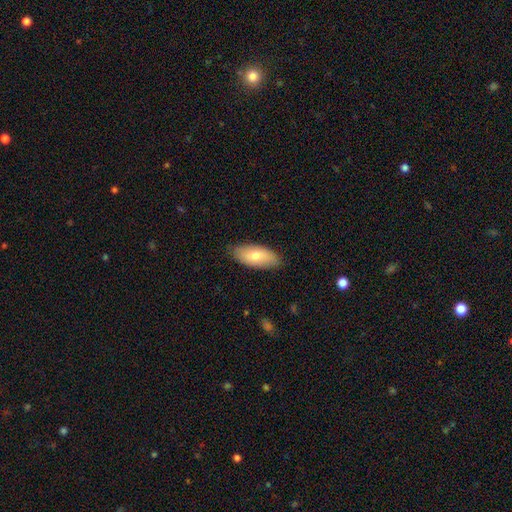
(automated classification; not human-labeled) smooth_or_featured: smooth (p=0.72) [alt: featured or disk p=0.22]
how_rounded: in between (p=0.88) [alt: cigar-shaped p=0.10]
merging: none (p=0.84) [alt: minor disturbance p=0.13]